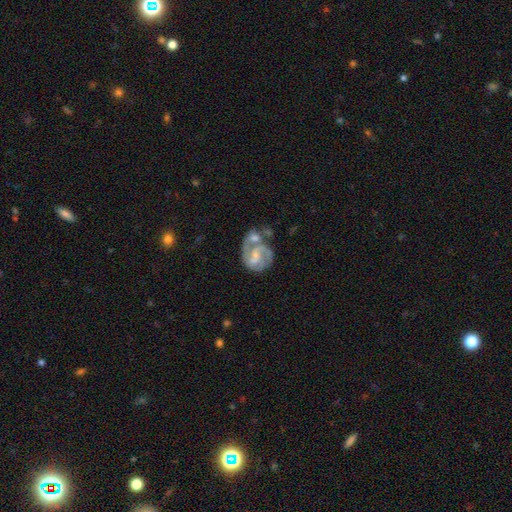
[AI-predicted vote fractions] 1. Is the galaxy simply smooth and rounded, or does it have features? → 82% featured or disk, 12% smooth, 5% star or artifact.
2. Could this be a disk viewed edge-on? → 98% no, 2% yes.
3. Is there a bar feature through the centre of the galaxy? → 51% weak, 34% no, 15% strong.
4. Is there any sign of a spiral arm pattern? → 93% yes, 7% no.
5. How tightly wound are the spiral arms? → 52% medium, 31% tight, 17% loose.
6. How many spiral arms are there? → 77% 2, 8% can't tell, 7% 3, 5% 1, 2% 4, 2% more than 4.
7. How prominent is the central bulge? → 56% small, 30% moderate, 11% none, 2% large, 1% dominant.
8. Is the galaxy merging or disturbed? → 43% merger, 30% none, 15% minor disturbance, 12% major disturbance.